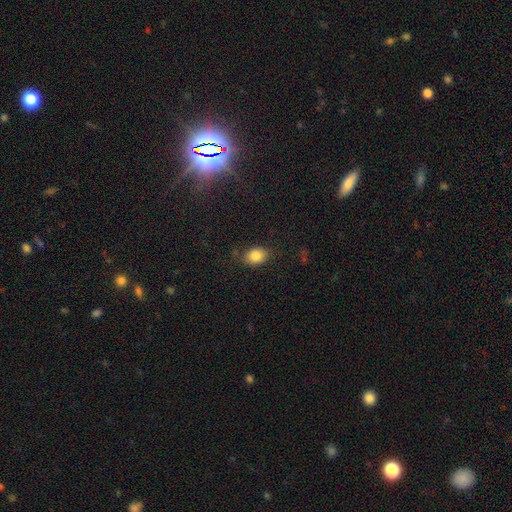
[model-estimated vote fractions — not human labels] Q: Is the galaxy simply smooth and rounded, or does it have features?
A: smooth — 85%.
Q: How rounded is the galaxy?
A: in between — 61%.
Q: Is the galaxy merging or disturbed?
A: none — 79%.